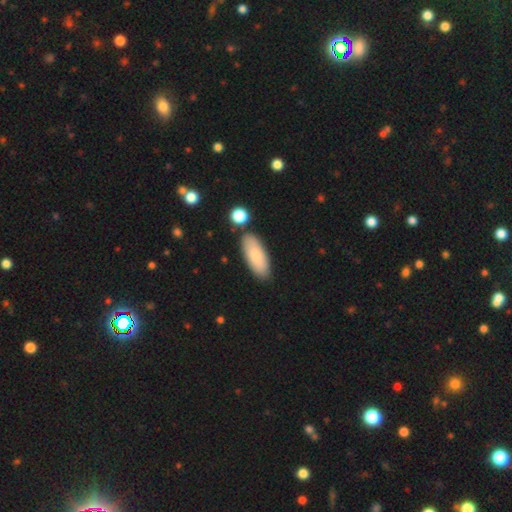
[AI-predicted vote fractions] A smooth galaxy with no disk features (82%) that is in between round and cigar-shaped (78%).

Vote fractions:
- Smooth or featured? smooth: 82% / featured or disk: 12% / star or artifact: 6%
- How rounded? in between: 78% / cigar-shaped: 20% / round: 2%
- Merging? none: 81% / minor disturbance: 11% / merger: 5% / major disturbance: 2%